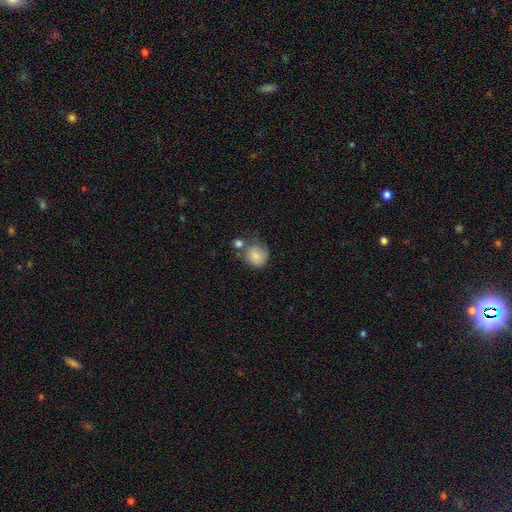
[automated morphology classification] This appears to be a smooth galaxy with no disk features (83%) that is round (86%). Merging: none (49%).